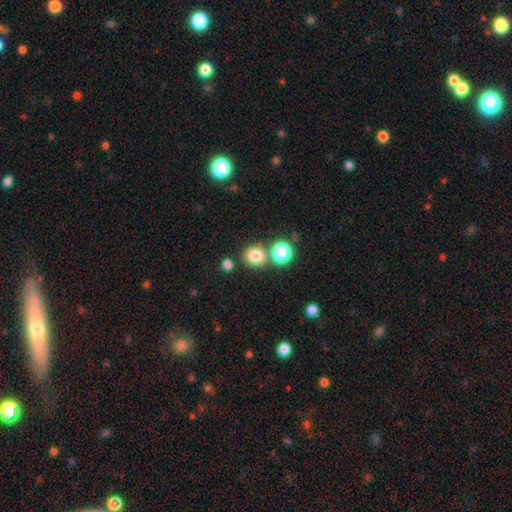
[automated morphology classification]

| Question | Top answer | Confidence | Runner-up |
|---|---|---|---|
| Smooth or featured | smooth | 80% | star or artifact (14%) |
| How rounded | round | 84% | in between (15%) |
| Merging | none | 72% | merger (16%) |